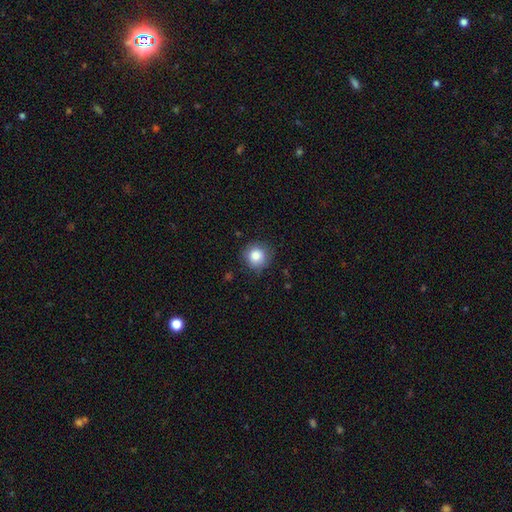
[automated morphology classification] Smooth or featured? Predicted: smooth (p=0.83). How rounded? Predicted: round (p=0.93). Merging? Predicted: none (p=0.84).